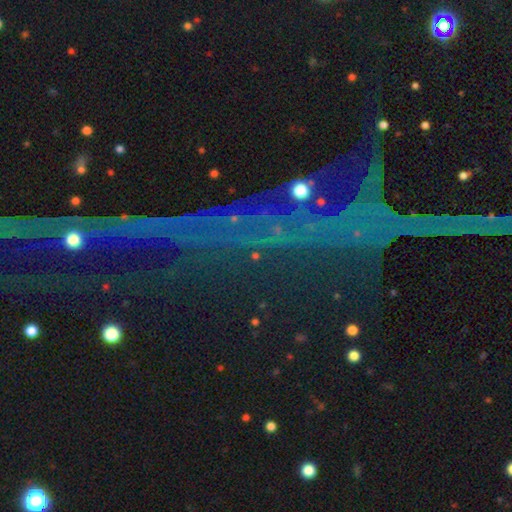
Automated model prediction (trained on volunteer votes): star or artifact 73%, smooth 14%, featured or disk 13%.